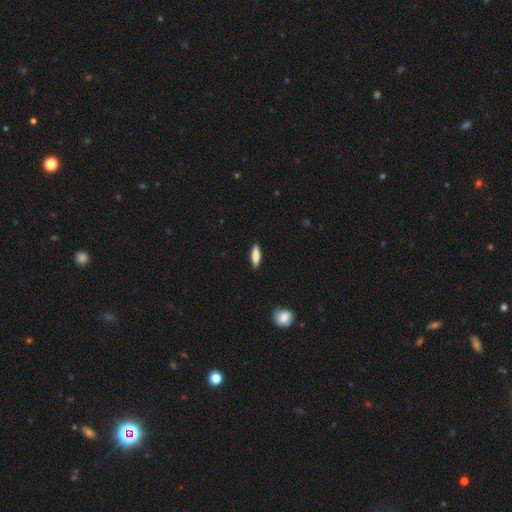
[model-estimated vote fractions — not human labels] Morphology: type=smooth (84%); roundness=cigar-shaped (51%); merging=none (89%).